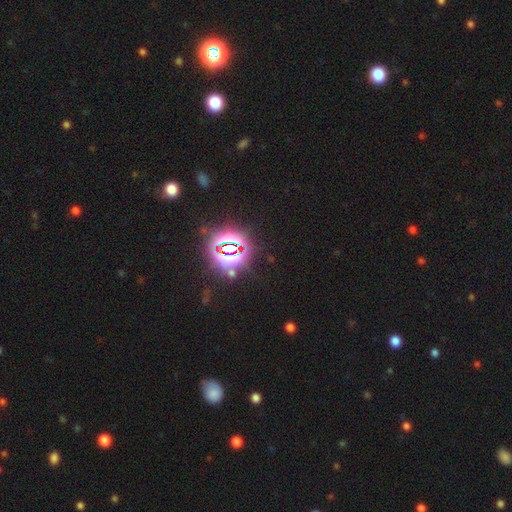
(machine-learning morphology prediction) Smooth or featured?
  - star or artifact: 85% *
  - smooth: 9%
  - featured or disk: 6%